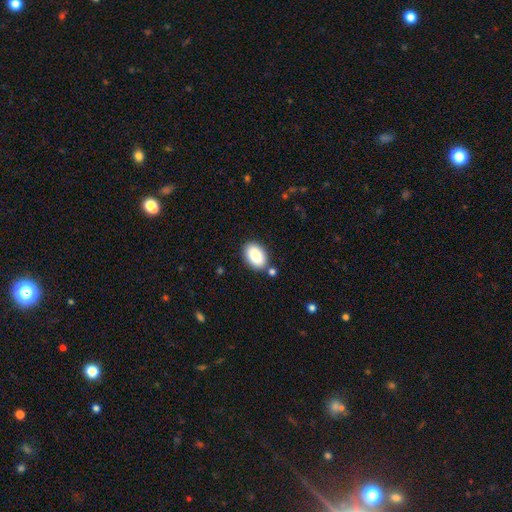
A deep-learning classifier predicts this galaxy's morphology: Smooth or featured? smooth (84%)
How rounded? in between (89%)
Merging? none (80%)